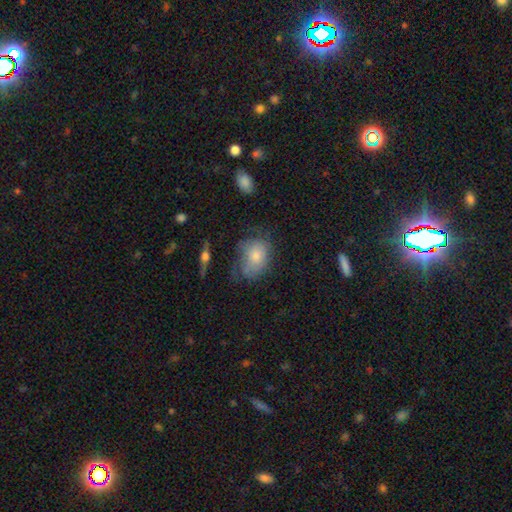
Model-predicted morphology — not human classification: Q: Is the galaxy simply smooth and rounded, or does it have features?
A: smooth — 58%.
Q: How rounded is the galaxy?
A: in between — 71%.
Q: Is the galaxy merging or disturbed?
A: none — 48%.